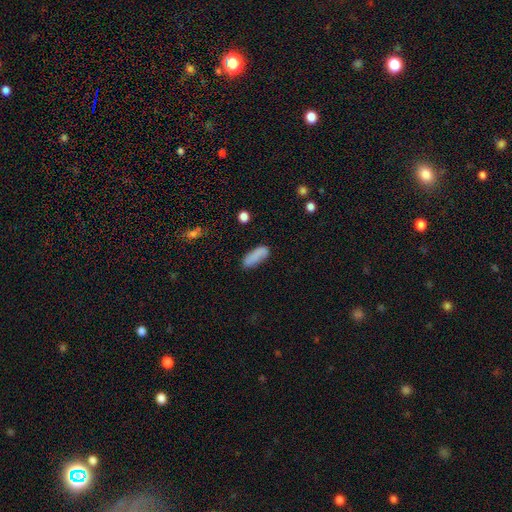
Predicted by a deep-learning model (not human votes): Morphology: type=smooth (82%); roundness=in between (69%); merging=none (71%).